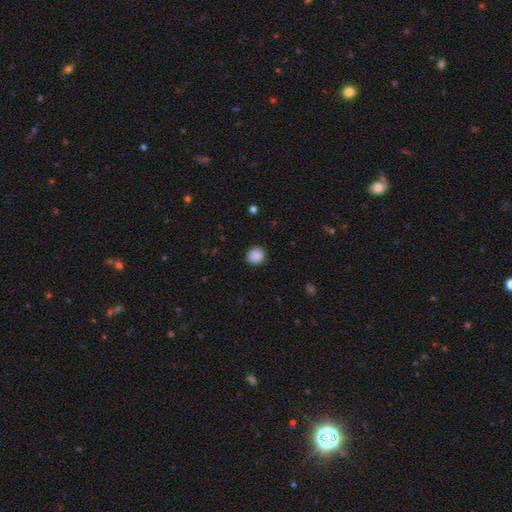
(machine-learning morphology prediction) Q: Smooth or featured?
A: smooth (89%); runner-up: star or artifact (9%)
Q: How rounded?
A: round (84%); runner-up: in between (15%)
Q: Merging?
A: none (90%); runner-up: minor disturbance (7%)